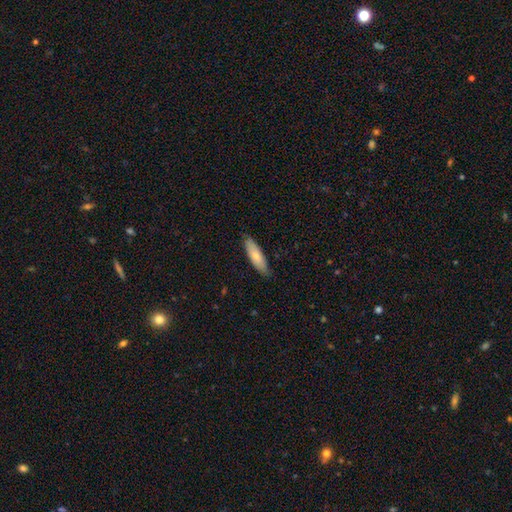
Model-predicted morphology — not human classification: Overall: smooth (74%). How rounded: cigar-shaped (50%; in between 48%). Merging: none (81%).